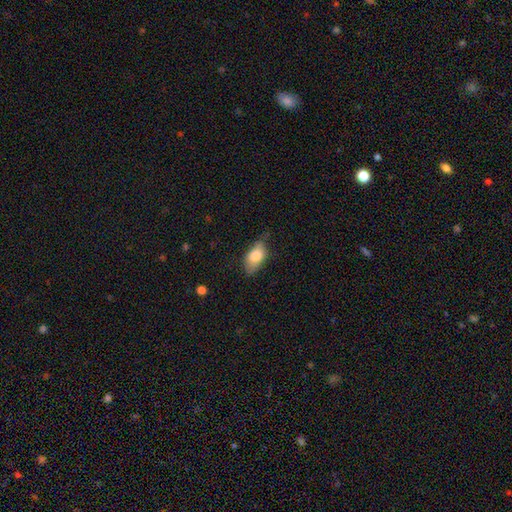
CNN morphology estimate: Smooth or featured? smooth (78%)
How rounded? in between (89%)
Merging? none (63%)